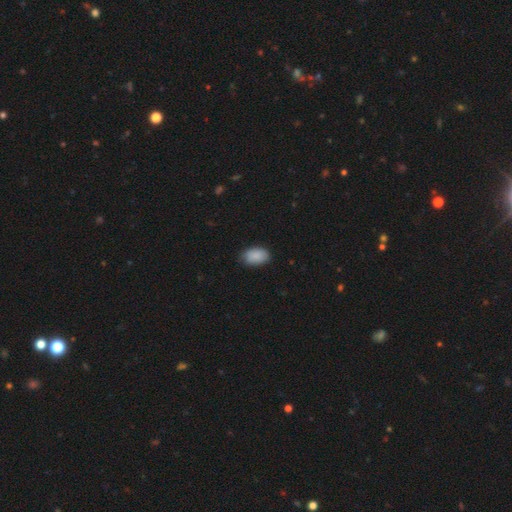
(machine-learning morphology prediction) smooth-or-featured: smooth: 89% | star or artifact: 7% | featured or disk: 4%
  how-rounded: in between: 89% | round: 10% | cigar-shaped: 1%
  merging: none: 83% | minor disturbance: 14% | major disturbance: 2% | merger: 1%